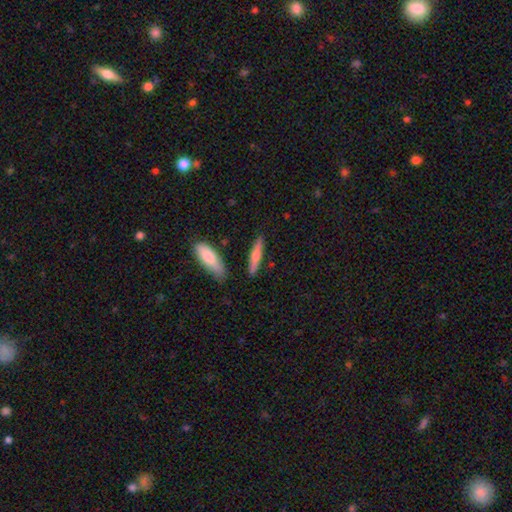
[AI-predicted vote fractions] Overall: smooth (60%; featured or disk 35%). How rounded: cigar-shaped (84%). Merging: none (84%).